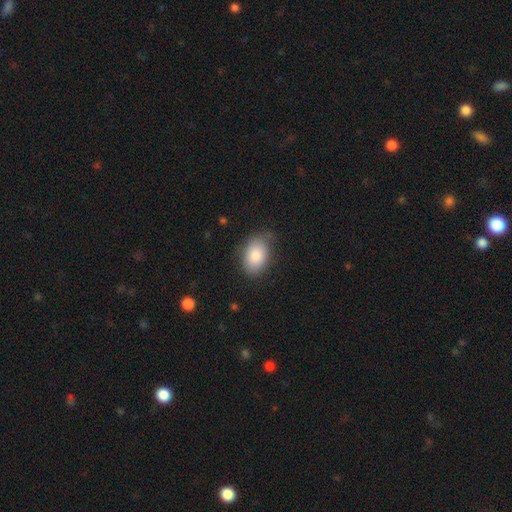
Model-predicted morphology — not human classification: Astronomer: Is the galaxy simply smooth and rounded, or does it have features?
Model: smooth — 84%.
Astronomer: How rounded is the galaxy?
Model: in between — 84%.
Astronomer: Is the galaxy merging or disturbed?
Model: none — 73%.